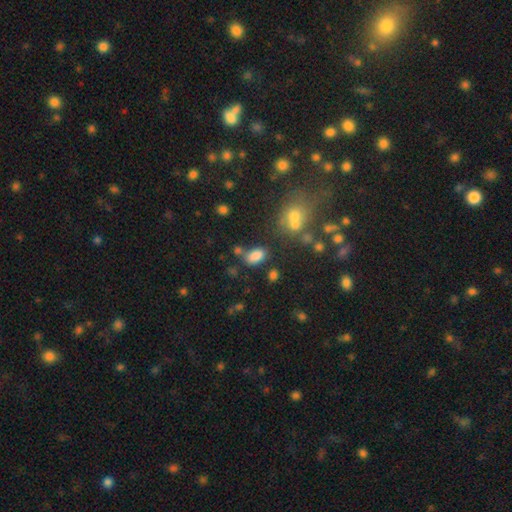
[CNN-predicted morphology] This appears to be a smooth galaxy with no disk features (82%) that is in between round and cigar-shaped (90%). Merging: none (65%).